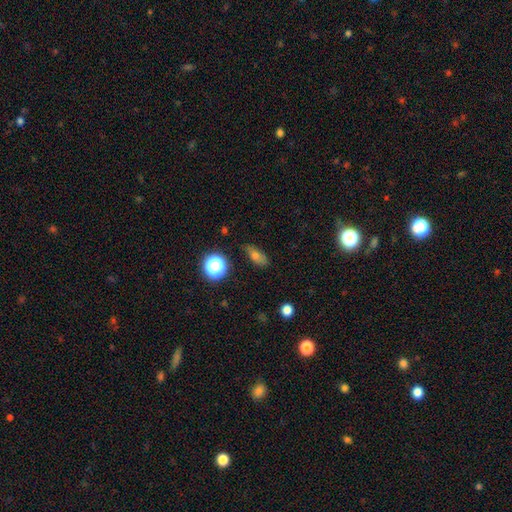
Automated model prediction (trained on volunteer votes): Smooth or featured? smooth (60%)
How rounded? in between (67%)
Merging? none (83%)